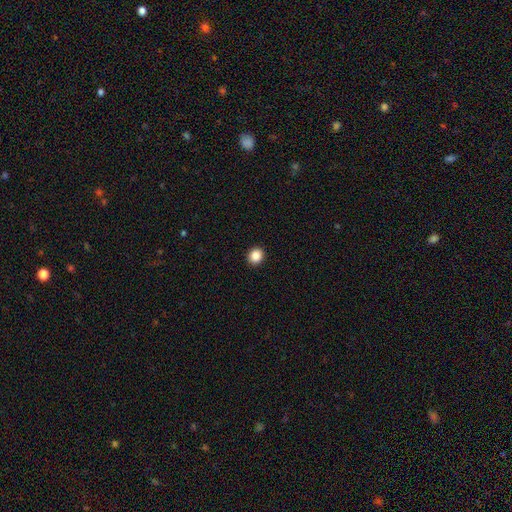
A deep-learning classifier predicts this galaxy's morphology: The model was most divided on "how rounded": round: 84%, in between: 16%, cigar-shaped: 1%. More confident: merging — none (93%); smooth or featured — smooth (87%).